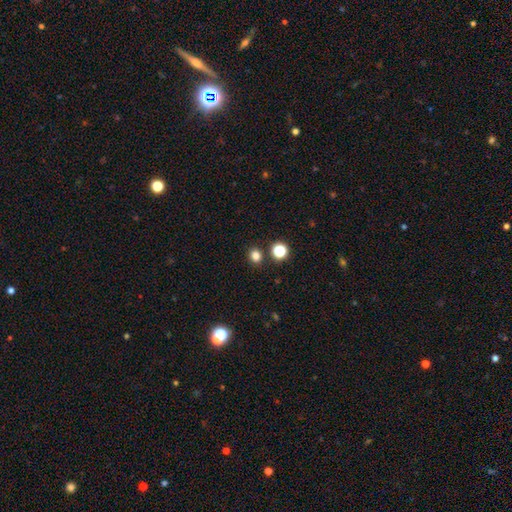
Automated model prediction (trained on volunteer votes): smooth-or-featured: smooth: 80% | star or artifact: 16% | featured or disk: 4%
  how-rounded: round: 76% | in between: 23% | cigar-shaped: 1%
  merging: none: 85% | minor disturbance: 7% | merger: 6% | major disturbance: 2%